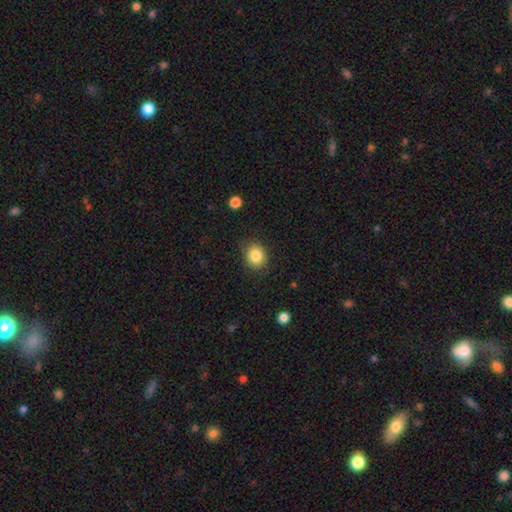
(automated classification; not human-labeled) Smooth or featured? smooth (85%)
How rounded? round (72%)
Merging? none (84%)